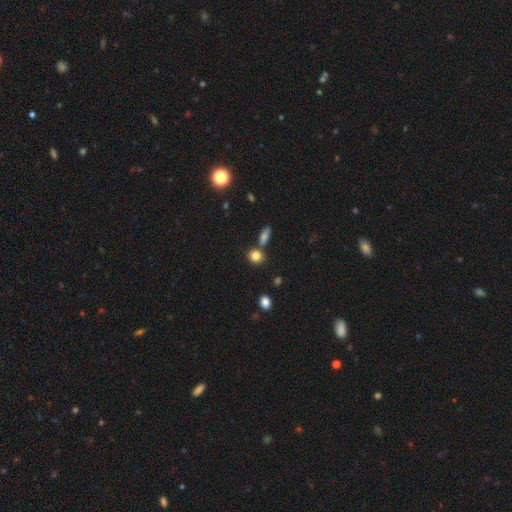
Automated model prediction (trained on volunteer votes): Smooth or featured? smooth (83%)
How rounded? round (74%)
Merging? none (68%)